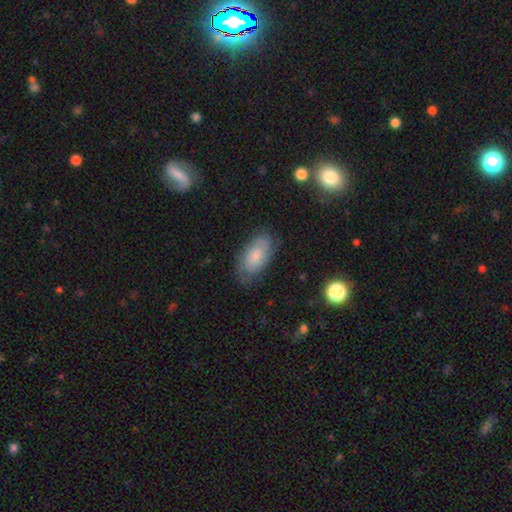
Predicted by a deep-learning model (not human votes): Smooth or featured? smooth (56%)
How rounded? in between (92%)
Merging? none (72%)